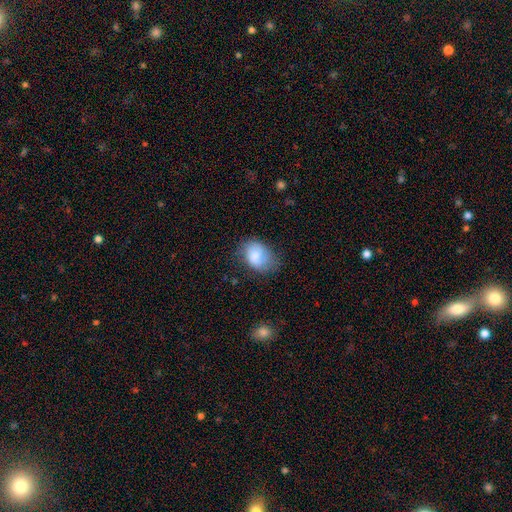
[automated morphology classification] smooth 75%, featured or disk 17%, star or artifact 8%. Down the decision tree: how rounded — in between (73%); merging — none (53%).